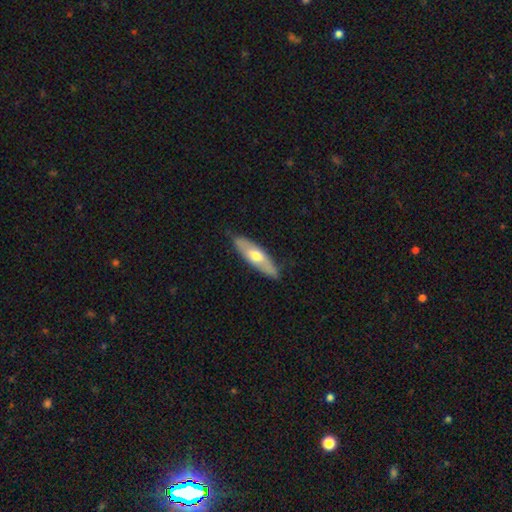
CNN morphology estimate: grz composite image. It shows a smooth galaxy with no disk features (53%) that is cigar-shaped (55%). Merging: none (81%).